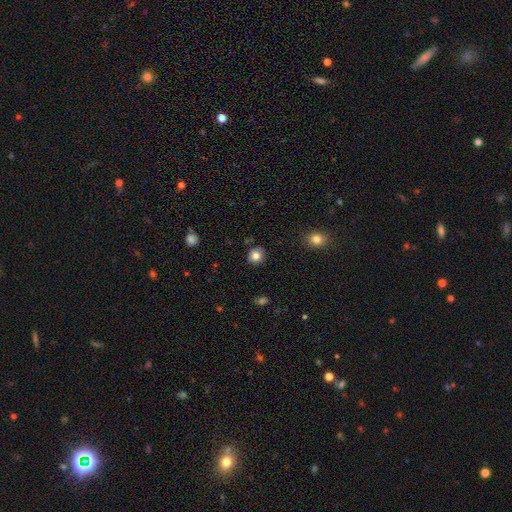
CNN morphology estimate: type=smooth (82%); roundness=round (87%); merging=none (89%).